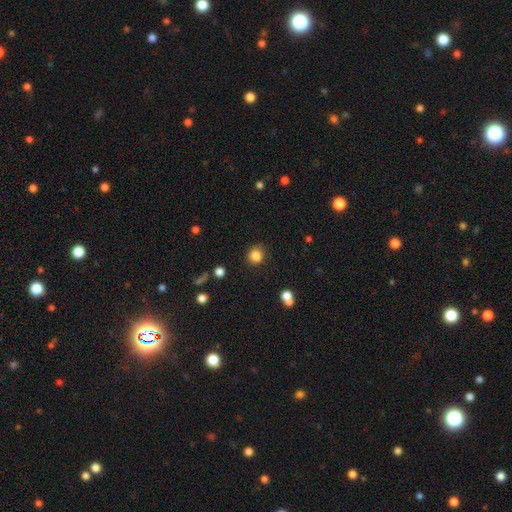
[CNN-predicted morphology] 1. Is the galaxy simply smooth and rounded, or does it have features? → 85% smooth, 11% star or artifact, 4% featured or disk.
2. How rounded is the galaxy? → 82% round, 17% in between, 1% cigar-shaped.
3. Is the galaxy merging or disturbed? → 85% none, 10% minor disturbance, 3% major disturbance, 3% merger.